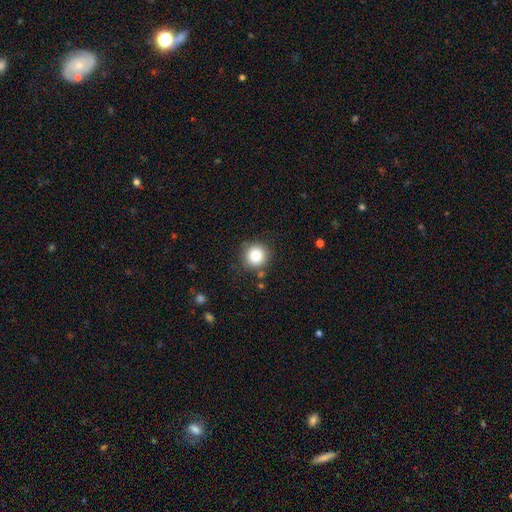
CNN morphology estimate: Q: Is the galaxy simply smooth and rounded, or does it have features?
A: smooth — 84%.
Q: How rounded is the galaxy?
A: round — 93%.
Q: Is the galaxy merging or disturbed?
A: none — 83%.